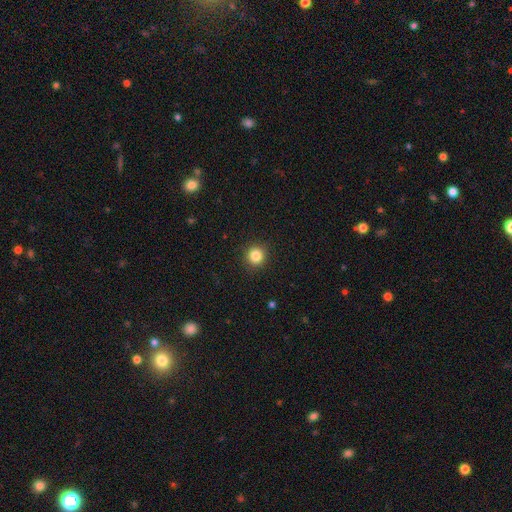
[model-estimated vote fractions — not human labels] Smooth or featured?
  - smooth: 84% *
  - star or artifact: 11%
  - featured or disk: 4%
How rounded?
  - round: 93% *
  - in between: 6%
  - cigar-shaped: 1%
Merging?
  - none: 92% *
  - minor disturbance: 5%
  - major disturbance: 2%
  - merger: 1%